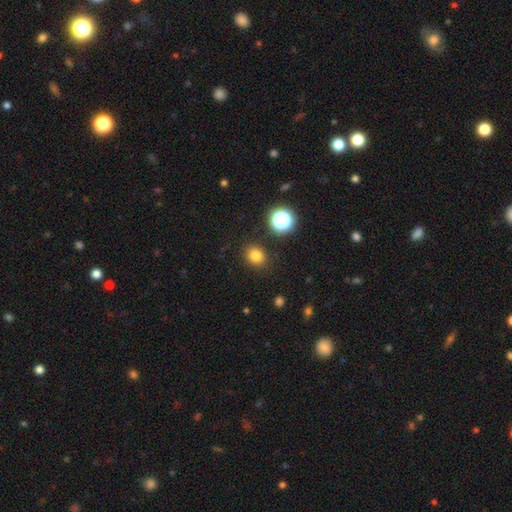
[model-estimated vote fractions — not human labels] The model was most divided on "how rounded": round: 66%, in between: 33%, cigar-shaped: 1%. More confident: merging — none (88%); smooth or featured — smooth (80%).